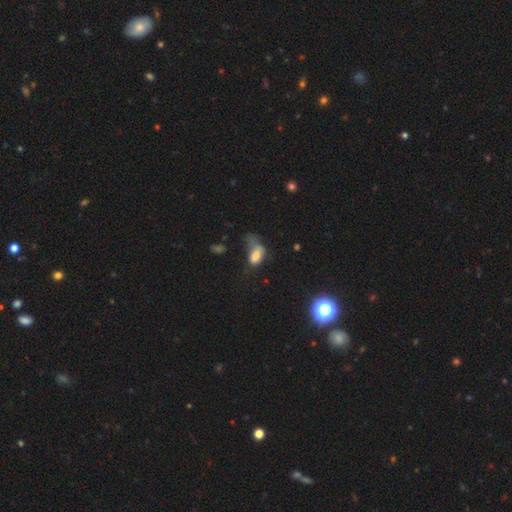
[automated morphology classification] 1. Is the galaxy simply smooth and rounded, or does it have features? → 69% smooth, 18% featured or disk, 13% star or artifact.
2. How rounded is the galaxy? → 87% in between, 10% round, 4% cigar-shaped.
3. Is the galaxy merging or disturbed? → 50% major disturbance, 23% minor disturbance, 18% none, 9% merger.